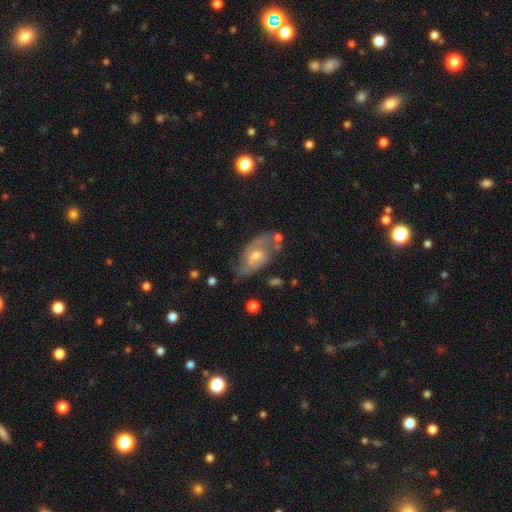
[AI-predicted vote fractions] A featured or disk galaxy (72%) with no bar (56%), 2 (71%) medium (46%) spiral arms (84%) and a moderate central bulge (51%). Merging: none (56%).